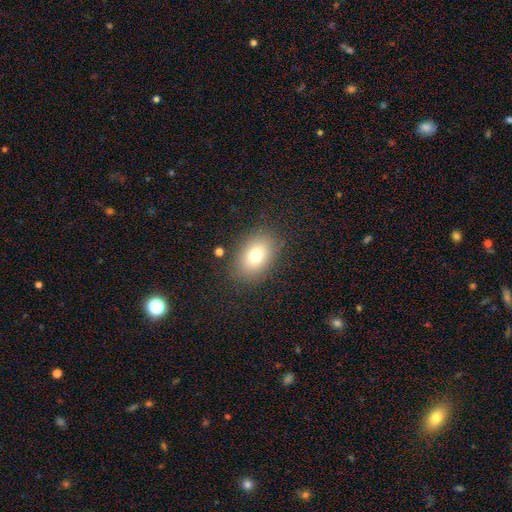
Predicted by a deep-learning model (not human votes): Q: Smooth or featured?
A: smooth (75%); runner-up: featured or disk (13%)
Q: How rounded?
A: in between (78%); runner-up: round (21%)
Q: Merging?
A: none (84%); runner-up: minor disturbance (10%)